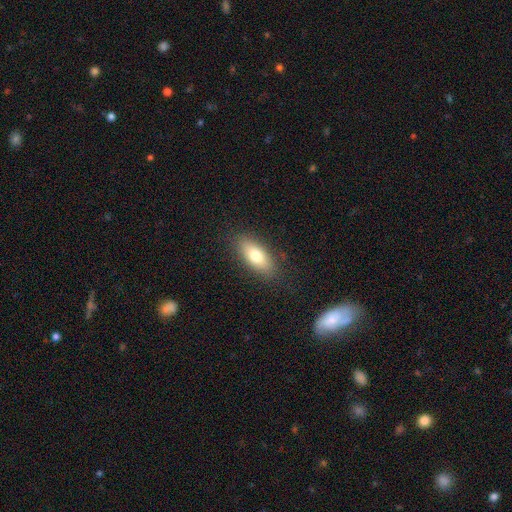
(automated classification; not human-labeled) Smooth or featured? smooth (75%)
How rounded? in between (79%)
Merging? none (86%)